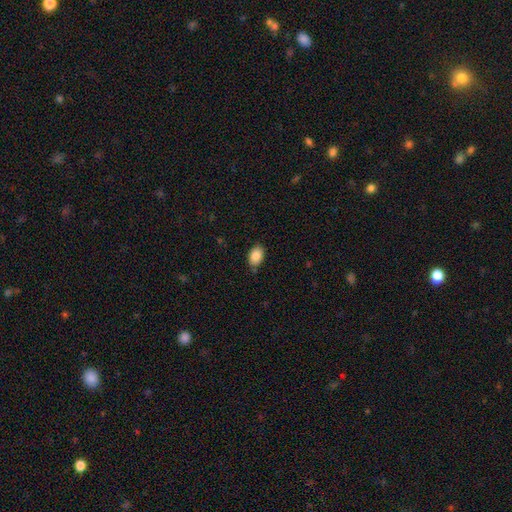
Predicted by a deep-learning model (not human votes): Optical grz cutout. It shows a smooth galaxy with no disk features (87%) that is in between round and cigar-shaped (86%). Merging: none (78%).